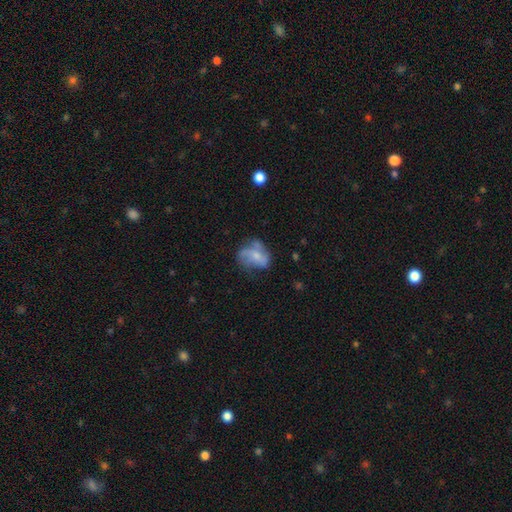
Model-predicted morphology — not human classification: smooth-or-featured: smooth: 46% | featured or disk: 45% | star or artifact: 9%
  merging: none: 42% | minor disturbance: 29% | major disturbance: 23% | merger: 6%